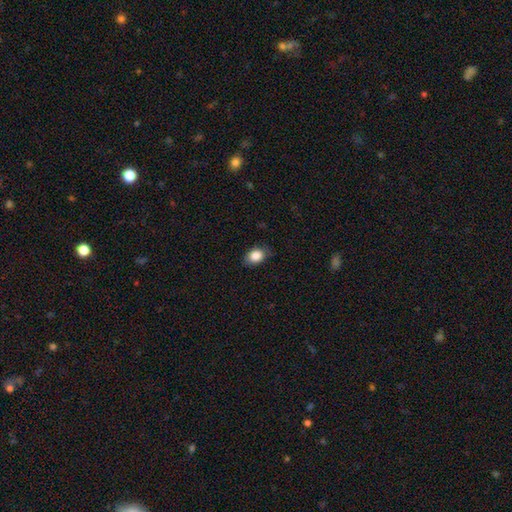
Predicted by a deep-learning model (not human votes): Overall: smooth (86%). How rounded: in between (75%). Merging: none (80%).